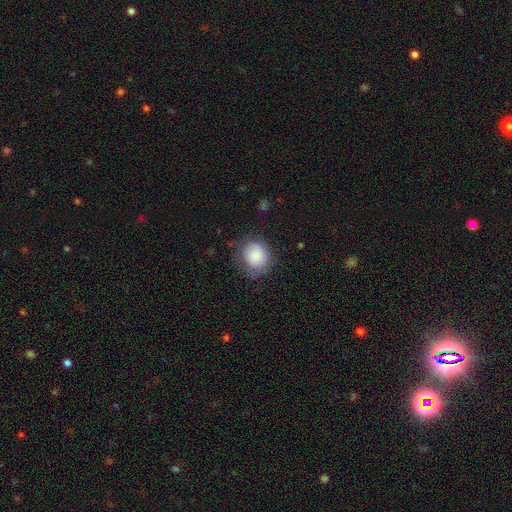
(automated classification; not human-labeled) This appears to be a smooth galaxy with no disk features (82%) that is round (79%). Merging: none (66%).